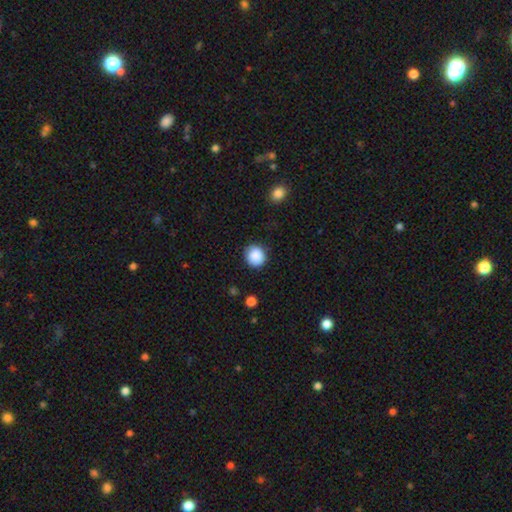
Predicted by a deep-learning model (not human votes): A smooth galaxy with no disk features (88%) that is round (90%). Merging: none (87%).